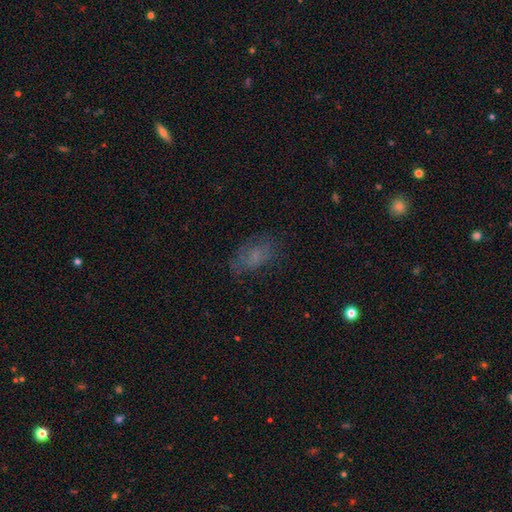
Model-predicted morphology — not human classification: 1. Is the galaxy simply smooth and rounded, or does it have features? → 62% smooth, 23% featured or disk, 14% star or artifact.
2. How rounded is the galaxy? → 88% in between, 9% round, 3% cigar-shaped.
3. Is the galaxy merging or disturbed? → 61% none, 22% minor disturbance, 15% major disturbance, 2% merger.